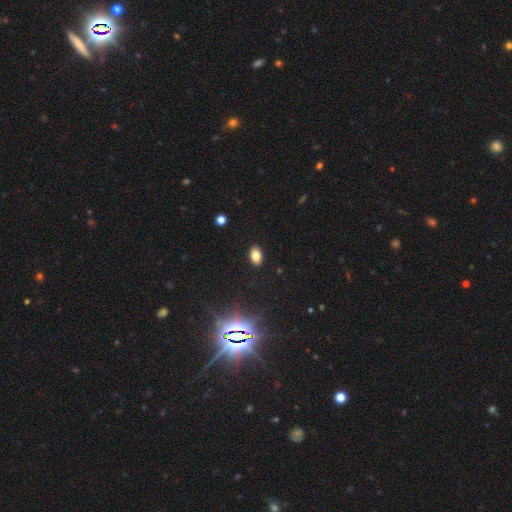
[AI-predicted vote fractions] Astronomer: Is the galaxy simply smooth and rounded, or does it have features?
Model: smooth — 78%.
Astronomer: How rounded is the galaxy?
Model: in between — 88%.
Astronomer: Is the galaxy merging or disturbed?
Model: none — 90%.